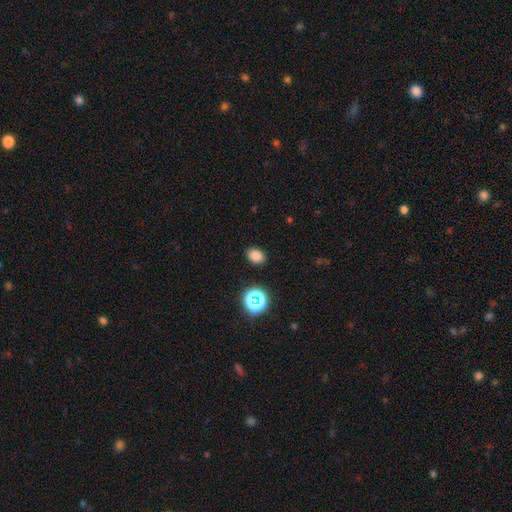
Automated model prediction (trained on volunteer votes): The model was most divided on "how rounded": in between: 66%, round: 33%, cigar-shaped: 1%. More confident: merging — none (88%); smooth or featured — smooth (81%).